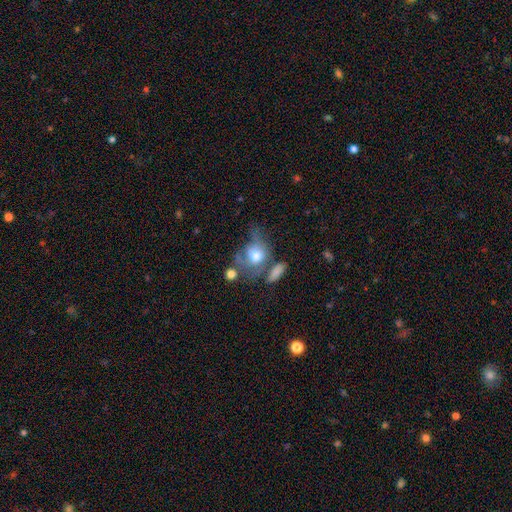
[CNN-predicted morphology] Q: Smooth or featured?
A: smooth (58%); runner-up: featured or disk (33%)
Q: How rounded?
A: round (49%); tied with: in between (49%)
Q: Merging?
A: major disturbance (30%); runner-up: none (26%)